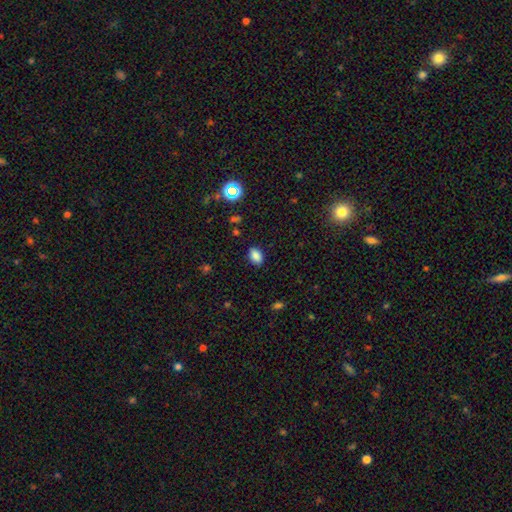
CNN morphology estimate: This is clearly a smooth galaxy (83%). How rounded: clearly in between (84%). Merging: clearly none (86%).